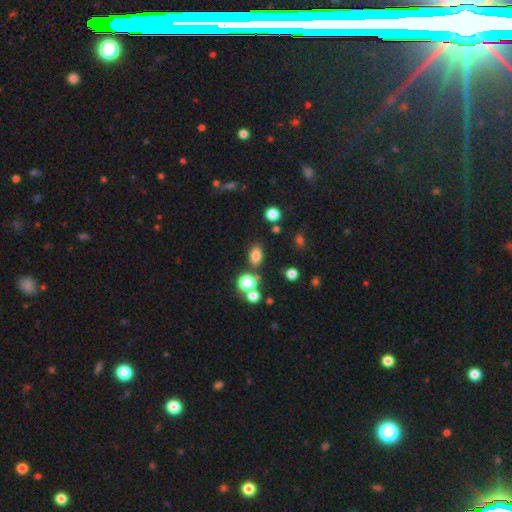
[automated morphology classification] Smooth or featured?
  - smooth: 78% *
  - star or artifact: 15%
  - featured or disk: 7%
How rounded?
  - in between: 79% *
  - round: 19%
  - cigar-shaped: 2%
Merging?
  - none: 76% *
  - minor disturbance: 12%
  - merger: 9%
  - major disturbance: 4%